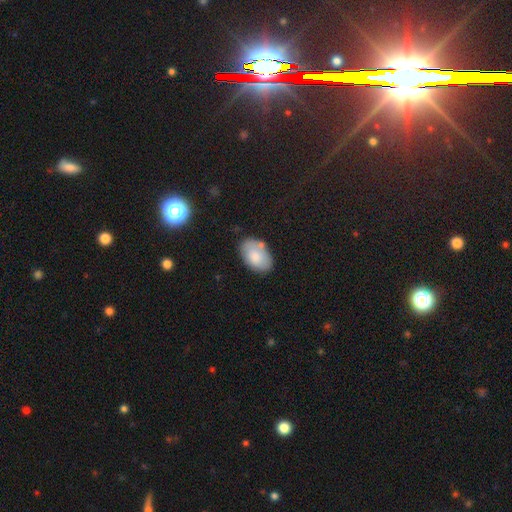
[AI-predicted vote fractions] Smooth or featured? smooth (80%)
How rounded? in between (92%)
Merging? none (71%)